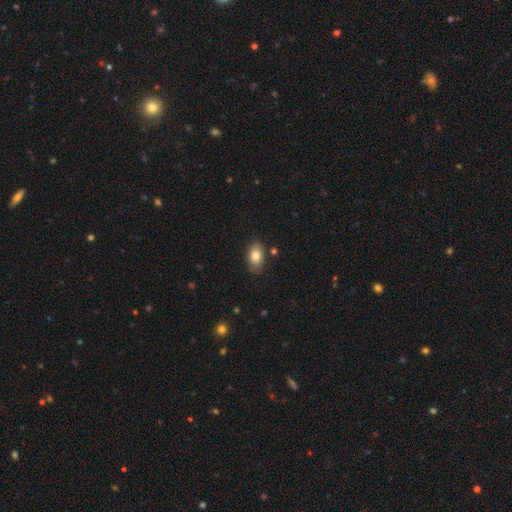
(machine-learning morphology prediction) type=smooth (81%); roundness=in between (88%); merging=none (82%).